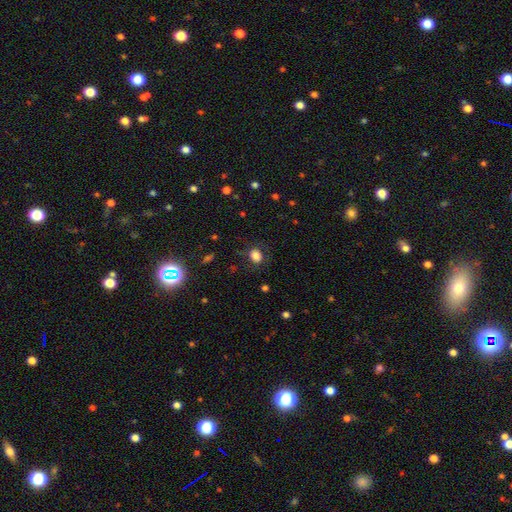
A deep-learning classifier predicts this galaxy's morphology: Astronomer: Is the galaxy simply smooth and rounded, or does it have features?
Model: smooth — 80%.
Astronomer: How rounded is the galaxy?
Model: round — 50% (runner-up: in between, 48%).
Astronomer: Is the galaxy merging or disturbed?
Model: none — 75%.